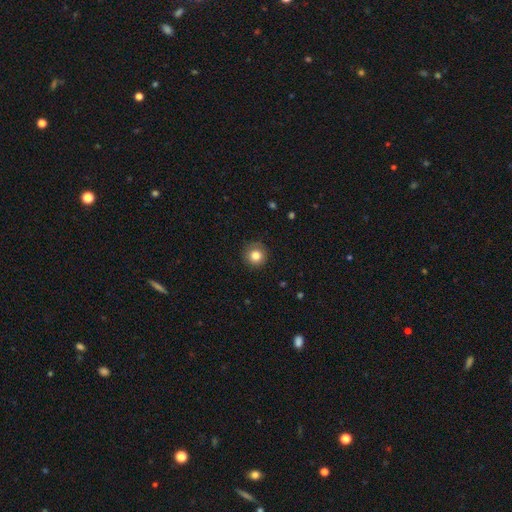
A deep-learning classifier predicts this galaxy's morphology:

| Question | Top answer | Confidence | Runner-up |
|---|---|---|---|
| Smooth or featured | smooth | 82% | star or artifact (10%) |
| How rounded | round | 94% | in between (5%) |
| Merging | none | 84% | minor disturbance (12%) |